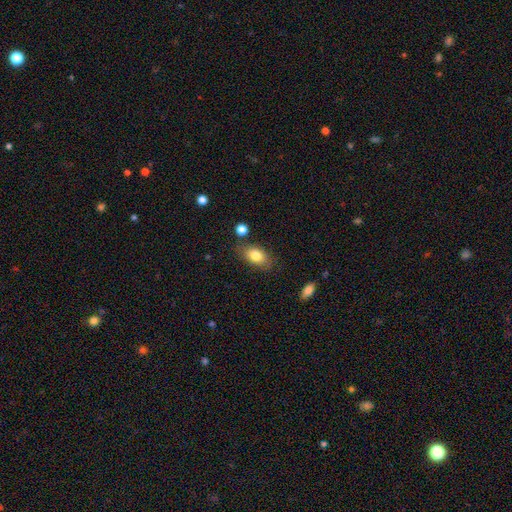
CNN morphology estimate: Q: Smooth or featured?
A: smooth (80%); runner-up: featured or disk (12%)
Q: How rounded?
A: in between (87%); runner-up: round (10%)
Q: Merging?
A: none (76%); runner-up: minor disturbance (16%)